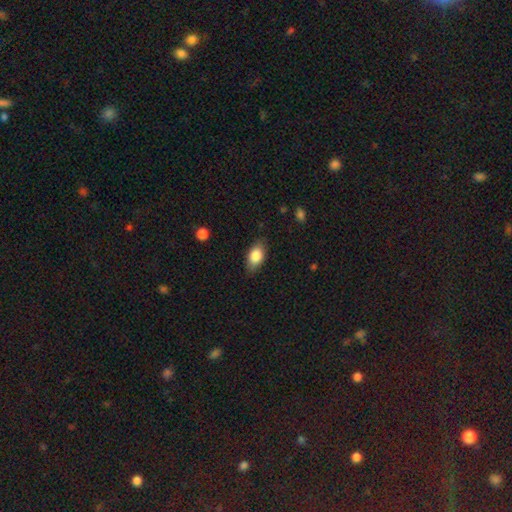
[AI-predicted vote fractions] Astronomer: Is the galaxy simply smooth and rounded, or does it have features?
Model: smooth — 82%.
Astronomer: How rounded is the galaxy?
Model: in between — 88%.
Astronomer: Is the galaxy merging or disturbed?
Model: none — 81%.